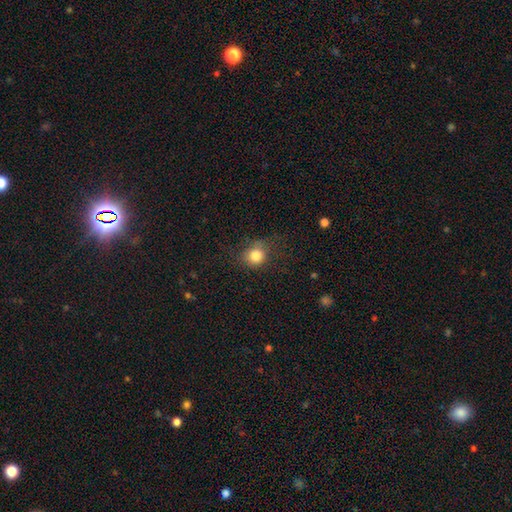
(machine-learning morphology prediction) type=smooth (82%); roundness=round (80%); merging=none (70%).